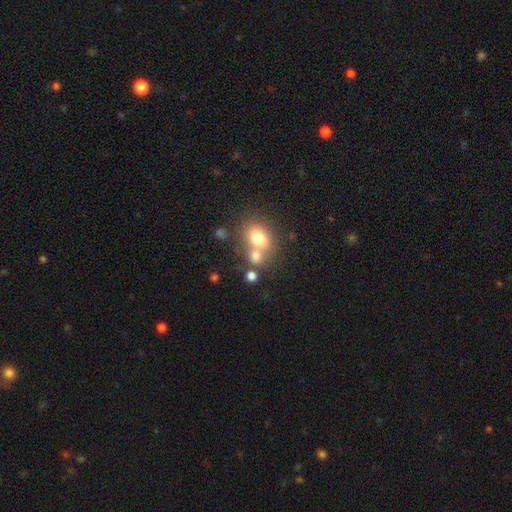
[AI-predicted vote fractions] The model was most divided on "merging": merger: 46%, none: 39%, minor disturbance: 10%, major disturbance: 5%. More confident: smooth or featured — smooth (74%); how rounded — in between (52%).